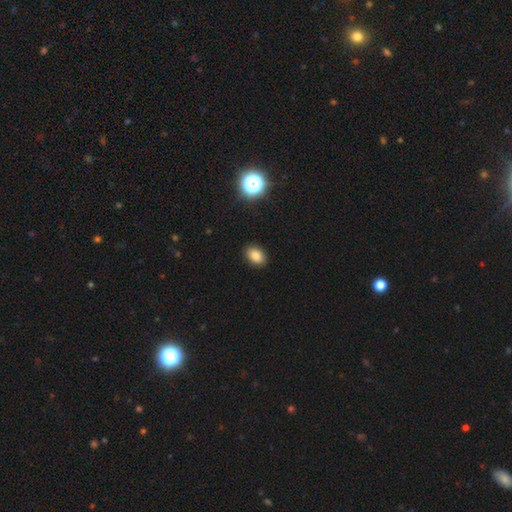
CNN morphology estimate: Smooth or featured? Predicted: smooth (p=0.84). How rounded? Predicted: in between (p=0.77). Merging? Predicted: none (p=0.90).